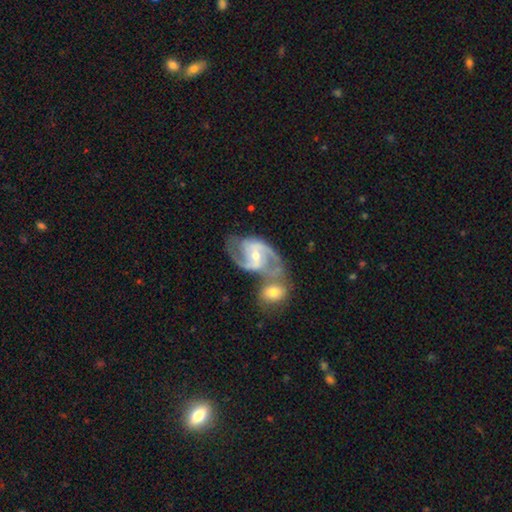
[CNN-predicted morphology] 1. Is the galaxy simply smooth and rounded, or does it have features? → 90% featured or disk, 5% smooth, 5% star or artifact.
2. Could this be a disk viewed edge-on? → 98% no, 2% yes.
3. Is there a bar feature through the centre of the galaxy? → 46% weak, 27% no, 27% strong.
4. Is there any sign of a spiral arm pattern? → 97% yes, 3% no.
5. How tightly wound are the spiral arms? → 61% medium, 20% loose, 19% tight.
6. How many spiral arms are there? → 90% 2, 3% 3, 3% can't tell, 1% 1, 1% 4, 1% more than 4.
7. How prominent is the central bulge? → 51% moderate, 45% small, 2% large, 1% none, 1% dominant.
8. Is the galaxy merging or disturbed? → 46% merger, 35% none, 13% minor disturbance, 7% major disturbance.